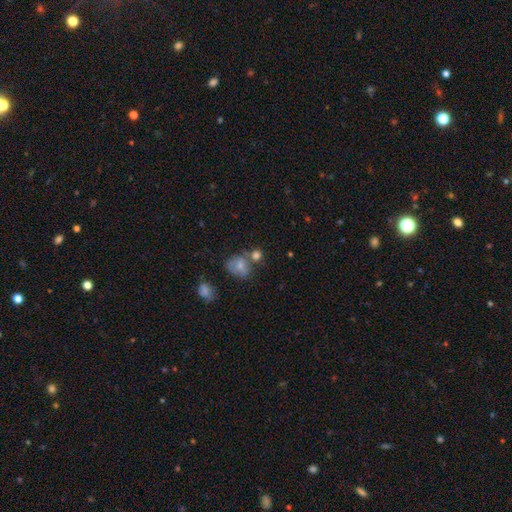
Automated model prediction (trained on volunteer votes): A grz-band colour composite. It shows a smooth galaxy with no disk features (70%) that is round (75%). Merging: none (51%).